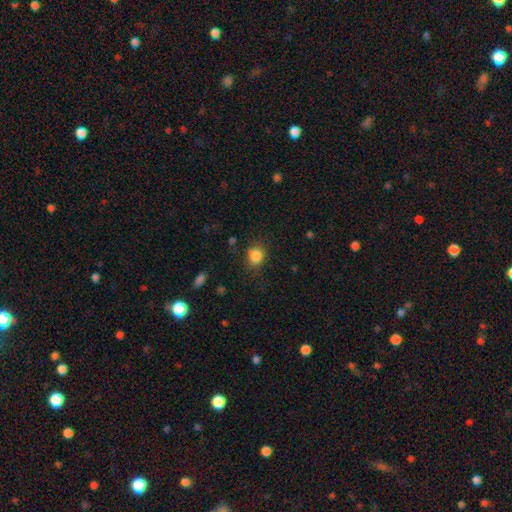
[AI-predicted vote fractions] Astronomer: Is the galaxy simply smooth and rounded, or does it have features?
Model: smooth — 84%.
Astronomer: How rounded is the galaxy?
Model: round — 61% (runner-up: in between, 38%).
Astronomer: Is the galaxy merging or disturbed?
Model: none — 74%.